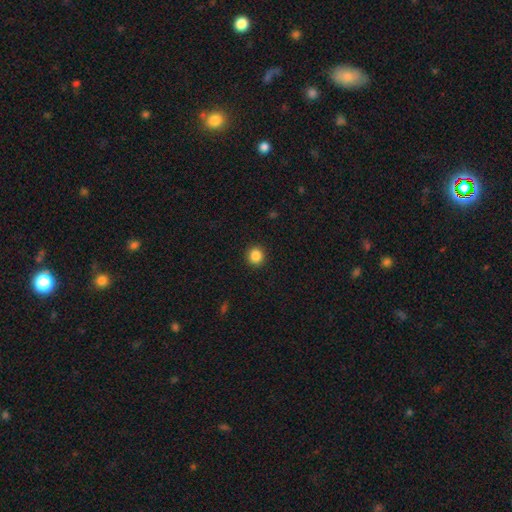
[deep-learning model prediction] smooth_or_featured: smooth (p=0.87) [alt: star or artifact p=0.10]
how_rounded: round (p=0.92) [alt: in between p=0.07]
merging: none (p=0.92) [alt: minor disturbance p=0.05]